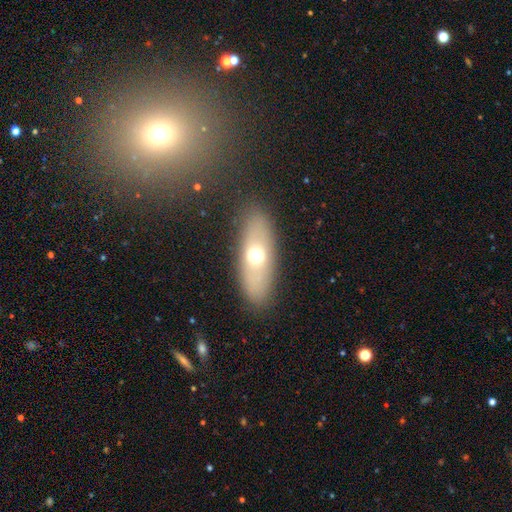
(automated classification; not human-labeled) Smooth or featured: smooth — 60% (featured or disk — 30%)
How rounded: in between — 69% (cigar-shaped — 24%)
Merging: none — 84% (minor disturbance — 10%)